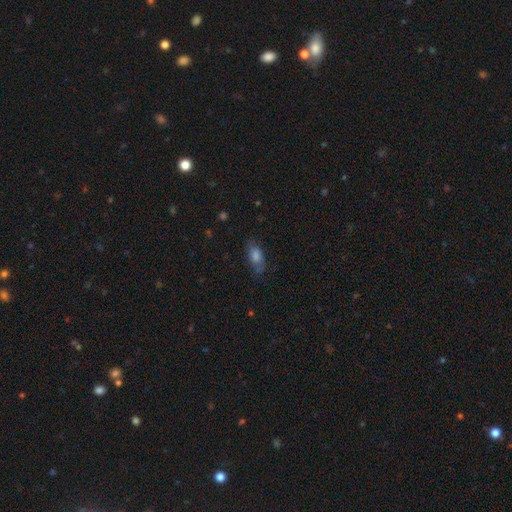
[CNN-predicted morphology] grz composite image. It shows a smooth galaxy with no disk features (64%) that is in between round and cigar-shaped (80%). Merging: none (72%).